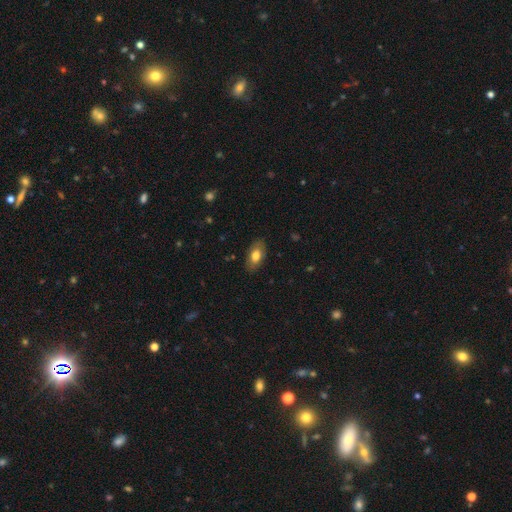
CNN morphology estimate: This appears to be a smooth galaxy with no disk features (75%) that is in between round and cigar-shaped (92%). Merging: none (85%).